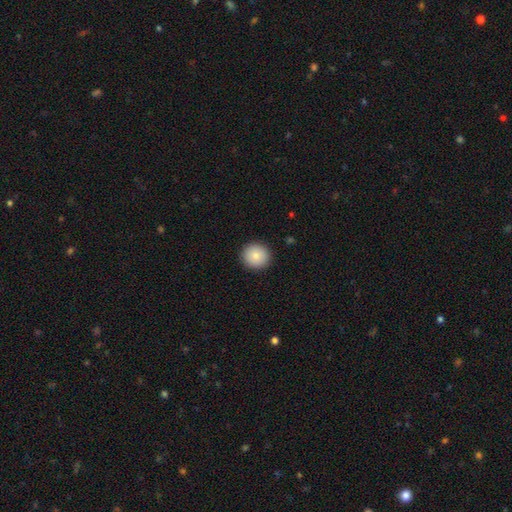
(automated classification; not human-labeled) Q: Smooth or featured?
A: smooth (85%); runner-up: star or artifact (8%)
Q: How rounded?
A: round (92%); runner-up: in between (7%)
Q: Merging?
A: none (92%); runner-up: minor disturbance (5%)